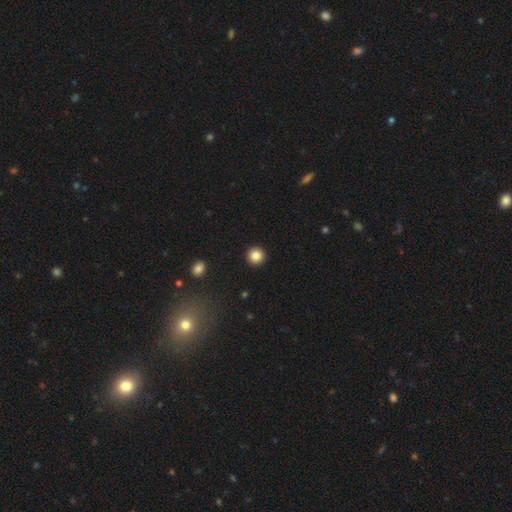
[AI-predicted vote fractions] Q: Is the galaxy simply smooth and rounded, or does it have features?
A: smooth — 85%.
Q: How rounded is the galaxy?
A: round — 96%.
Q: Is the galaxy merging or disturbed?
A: none — 94%.